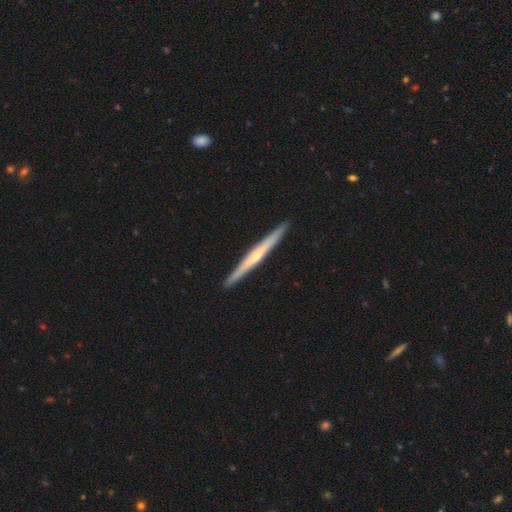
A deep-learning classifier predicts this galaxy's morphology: A featured or disk galaxy (67%) viewed edge-on (98%) with a rounded central bulge (57%).

Vote fractions:
- Smooth or featured? featured or disk: 67% / smooth: 28% / star or artifact: 5%
- Edge-on disk? yes: 98% / no: 2%
- Edge-on bulge? rounded: 57% / none: 38% / boxy: 5%
- Merging? none: 93% / minor disturbance: 5% / major disturbance: 1% / merger: 1%